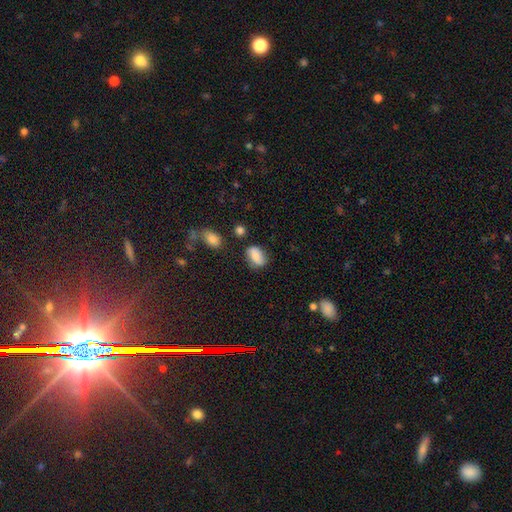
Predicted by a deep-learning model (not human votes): Morphology: type=smooth (71%); roundness=in between (83%); merging=none (71%).